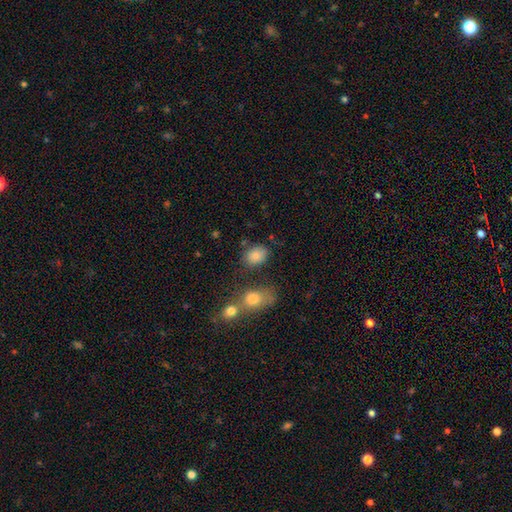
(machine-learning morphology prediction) smooth_or_featured: smooth (p=0.82) [alt: star or artifact p=0.10]
how_rounded: in between (p=0.66) [alt: round p=0.32]
merging: none (p=0.68) [alt: minor disturbance p=0.14]